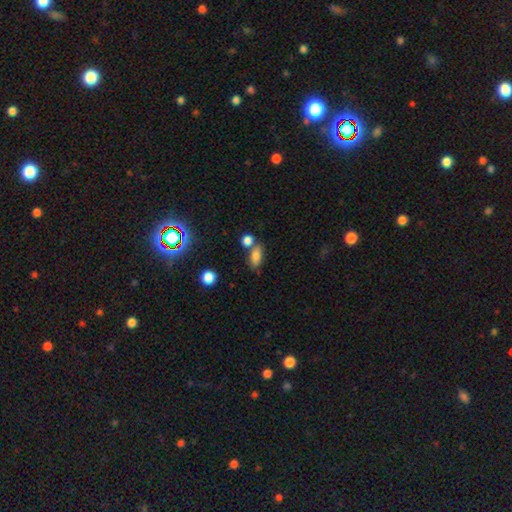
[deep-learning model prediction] Smooth or featured: smooth — 78% (star or artifact — 11%)
How rounded: in between — 78% (cigar-shaped — 13%)
Merging: none — 59% (merger — 23%)